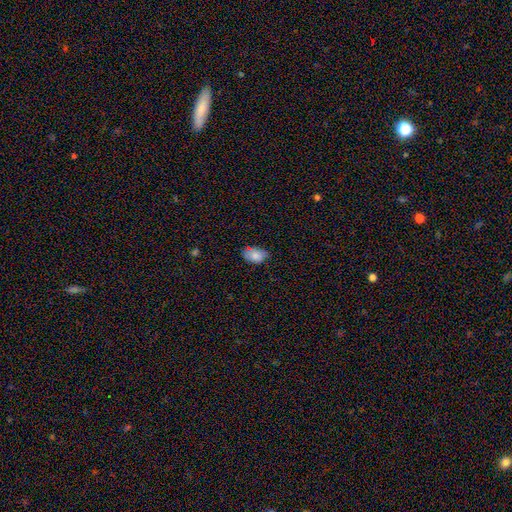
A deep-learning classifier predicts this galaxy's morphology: A smooth galaxy with no disk features (82%) that is in between round and cigar-shaped (88%).

Vote fractions:
- Smooth or featured? smooth: 82% / featured or disk: 9% / star or artifact: 9%
- How rounded? in between: 88% / round: 10% / cigar-shaped: 1%
- Merging? none: 64% / minor disturbance: 28% / major disturbance: 5% / merger: 3%